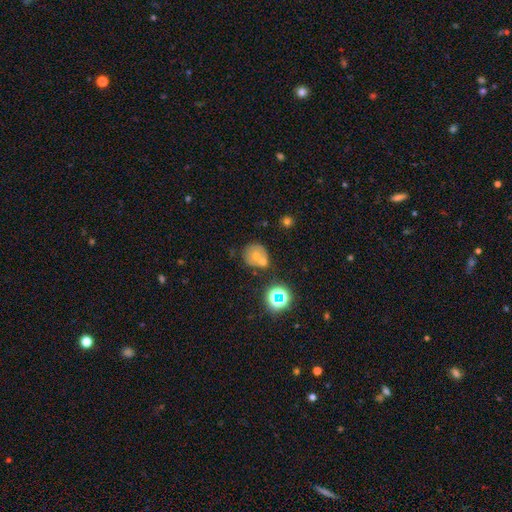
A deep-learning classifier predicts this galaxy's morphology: Smooth or featured? smooth (54%)
How rounded? round (82%)
Merging? none (46%)